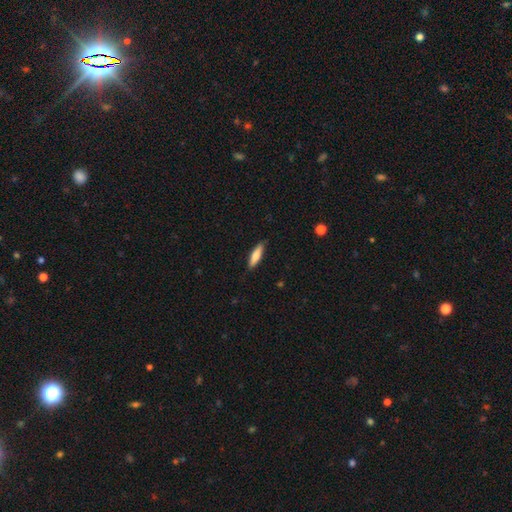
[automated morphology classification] smooth 73%, featured or disk 22%, star or artifact 6%. Down the decision tree: how rounded — cigar-shaped (69%); merging — none (87%).